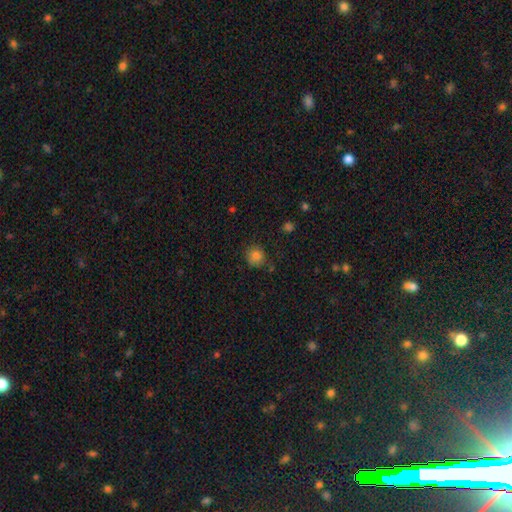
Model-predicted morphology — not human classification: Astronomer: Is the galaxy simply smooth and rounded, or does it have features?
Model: smooth — 83%.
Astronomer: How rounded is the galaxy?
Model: round — 85%.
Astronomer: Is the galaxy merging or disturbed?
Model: none — 76%.